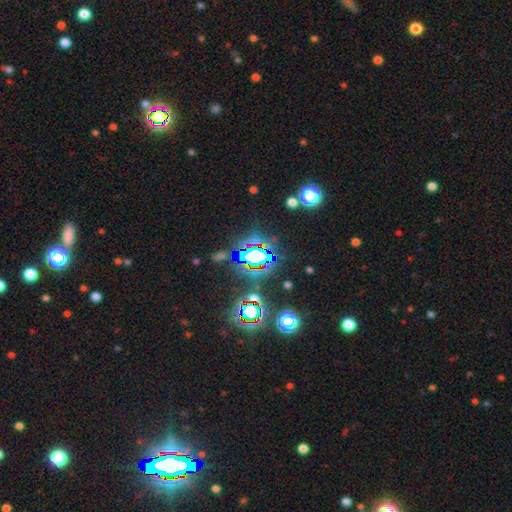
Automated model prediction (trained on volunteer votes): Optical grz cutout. It shows a star or artifact, not a galaxy (71%).